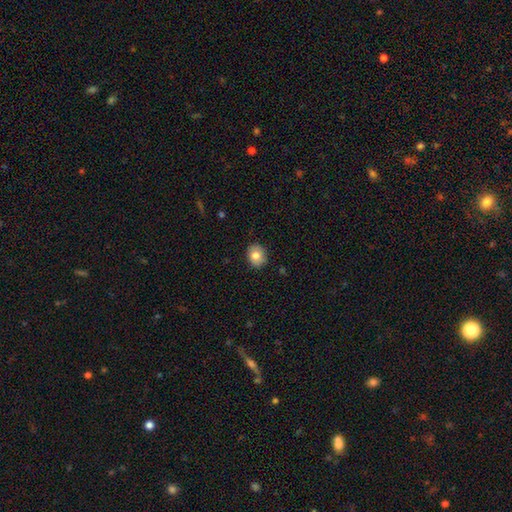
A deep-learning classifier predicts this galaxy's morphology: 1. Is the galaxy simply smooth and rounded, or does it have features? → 80% smooth, 12% featured or disk, 9% star or artifact.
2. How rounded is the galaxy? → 62% round, 37% in between, 1% cigar-shaped.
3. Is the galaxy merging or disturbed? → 88% none, 10% minor disturbance, 2% major disturbance, 1% merger.